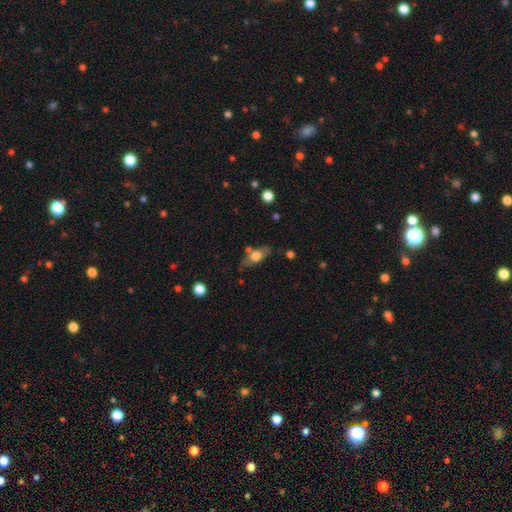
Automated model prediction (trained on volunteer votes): This is likely a smooth galaxy (60%). How rounded: likely in between (74%). Merging: likely none (62%).